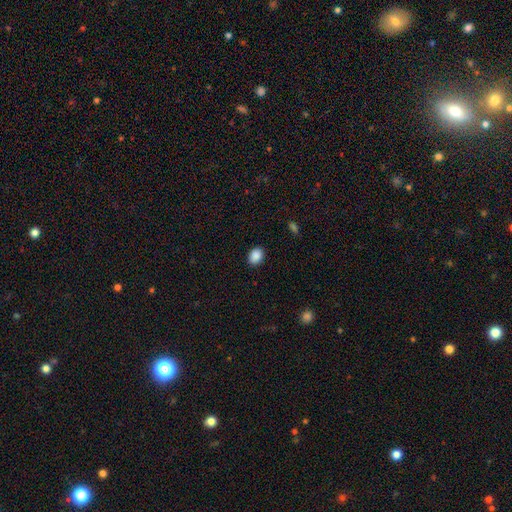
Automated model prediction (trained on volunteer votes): Smooth or featured? Predicted: smooth (p=0.89). How rounded? Predicted: in between (p=0.69). Merging? Predicted: none (p=0.88).